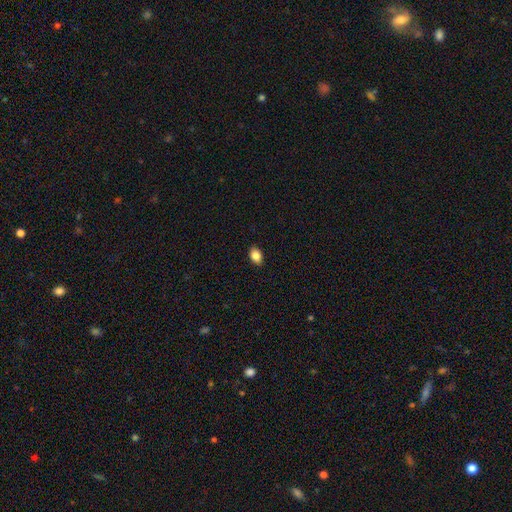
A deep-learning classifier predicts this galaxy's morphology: Smooth or featured: smooth — 86% (star or artifact — 8%)
How rounded: in between — 85% (round — 14%)
Merging: none — 90% (minor disturbance — 8%)